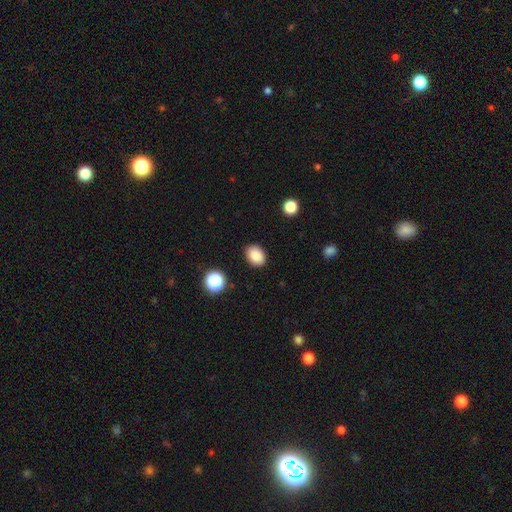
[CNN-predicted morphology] Smooth or featured? smooth (87%)
How rounded? in between (71%)
Merging? none (87%)